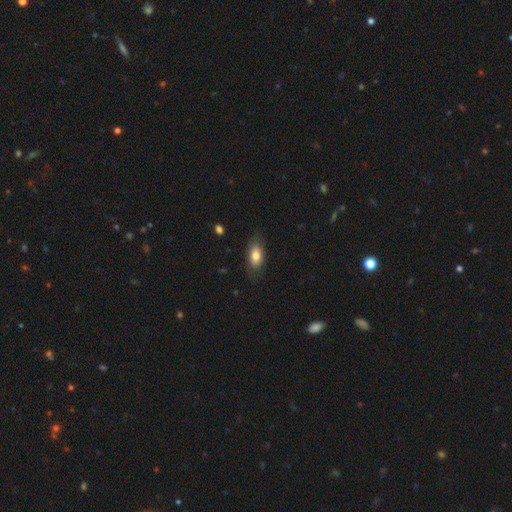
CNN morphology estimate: smooth_or_featured: smooth (p=0.78) [alt: featured or disk p=0.15]
how_rounded: in between (p=0.87) [alt: cigar-shaped p=0.08]
merging: none (p=0.77) [alt: minor disturbance p=0.17]